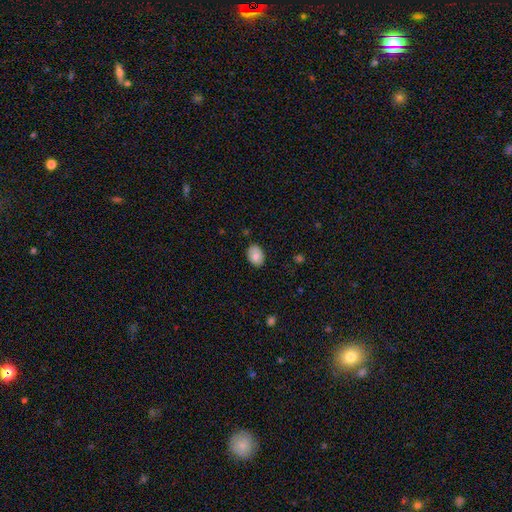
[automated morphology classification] Smooth or featured?
  - smooth: 83% *
  - featured or disk: 10%
  - star or artifact: 7%
How rounded?
  - in between: 81% *
  - round: 18%
  - cigar-shaped: 1%
Merging?
  - none: 82% *
  - minor disturbance: 14%
  - major disturbance: 2%
  - merger: 1%